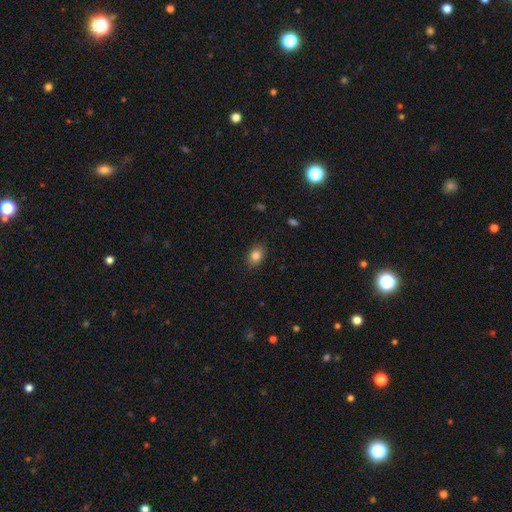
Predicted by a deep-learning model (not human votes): Smooth or featured: smooth — 84% (star or artifact — 9%)
How rounded: in between — 75% (round — 24%)
Merging: none — 87% (minor disturbance — 10%)